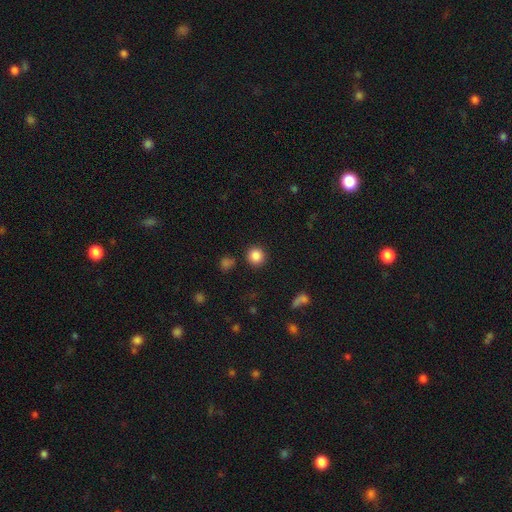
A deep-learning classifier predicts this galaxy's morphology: Smooth or featured?
  - smooth: 86% *
  - star or artifact: 10%
  - featured or disk: 4%
How rounded?
  - round: 94% *
  - in between: 5%
  - cigar-shaped: 1%
Merging?
  - none: 89% *
  - minor disturbance: 6%
  - merger: 3%
  - major disturbance: 3%